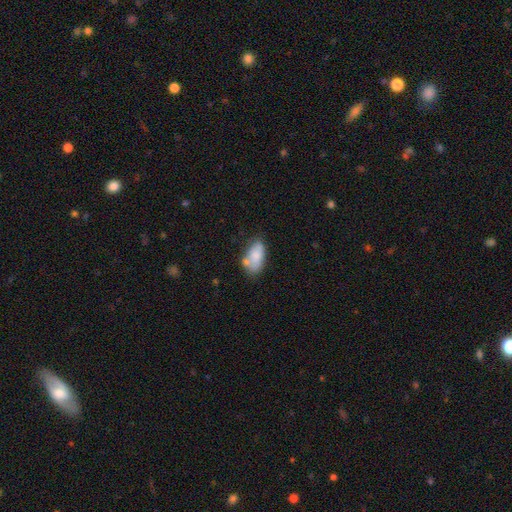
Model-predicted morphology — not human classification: Smooth or featured? Predicted: smooth (p=0.74). How rounded? Predicted: in between (p=0.92). Merging? Predicted: none (p=0.47).